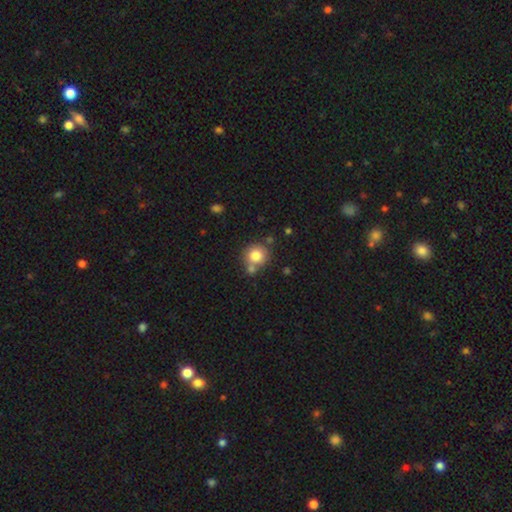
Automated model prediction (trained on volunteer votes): The model was most divided on "merging": none: 63%, merger: 22%, minor disturbance: 11%, major disturbance: 3%. More confident: how rounded — round (89%); smooth or featured — smooth (80%).